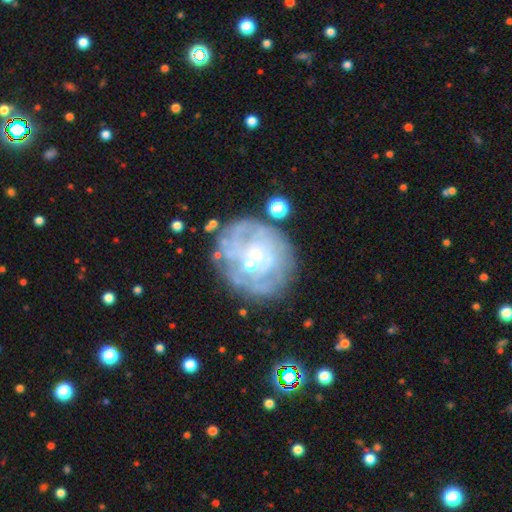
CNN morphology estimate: This appears to be a featured or disk galaxy (72%) with no bar (75%), spiral arms (62%) and a small central bulge (66%). Merging: none (67%).